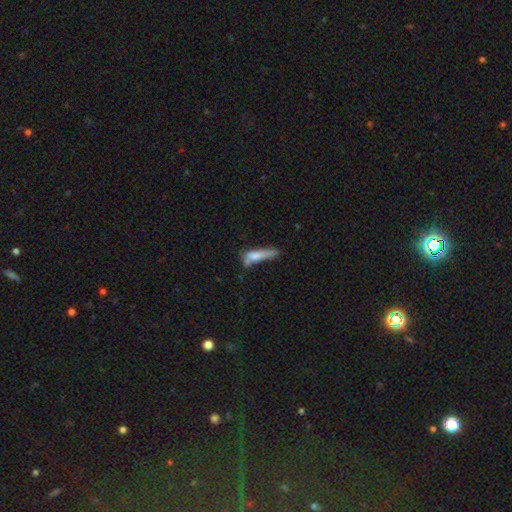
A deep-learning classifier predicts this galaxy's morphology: Smooth or featured: smooth — 67% (featured or disk — 24%)
How rounded: cigar-shaped — 79% (in between — 19%)
Merging: none — 38% (minor disturbance — 28%)